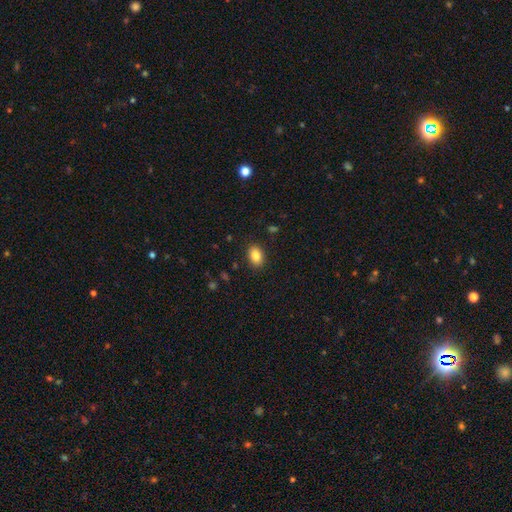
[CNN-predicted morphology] Smooth or featured: smooth — 84% (star or artifact — 9%)
How rounded: in between — 82% (round — 17%)
Merging: none — 88% (minor disturbance — 8%)